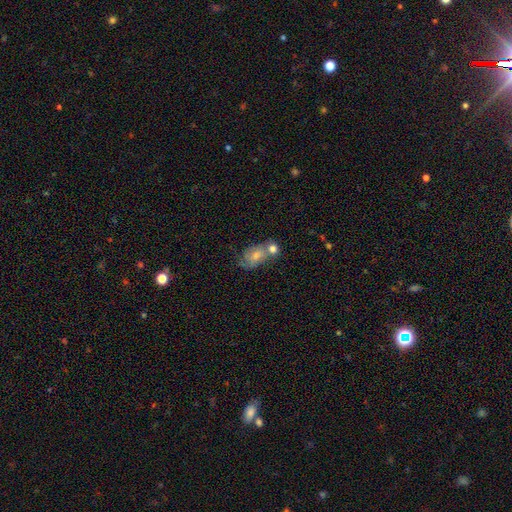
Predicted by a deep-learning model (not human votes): smooth-or-featured: smooth: 66% | featured or disk: 26% | star or artifact: 9%
  how-rounded: in between: 76% | round: 22% | cigar-shaped: 2%
  merging: merger: 47% | none: 29% | minor disturbance: 15% | major disturbance: 8%